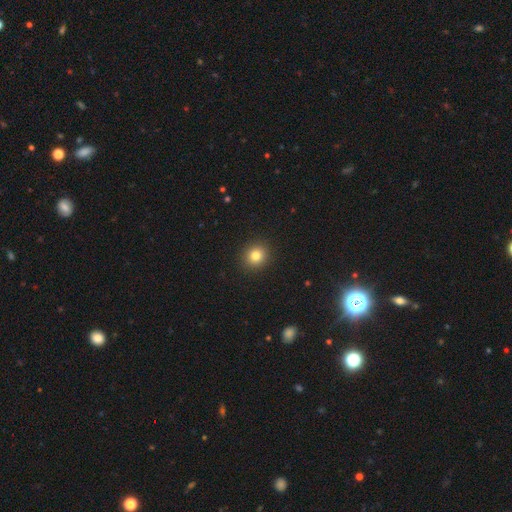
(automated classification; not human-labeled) A smooth galaxy with no disk features (82%) that is round (86%). Merging: none (92%).